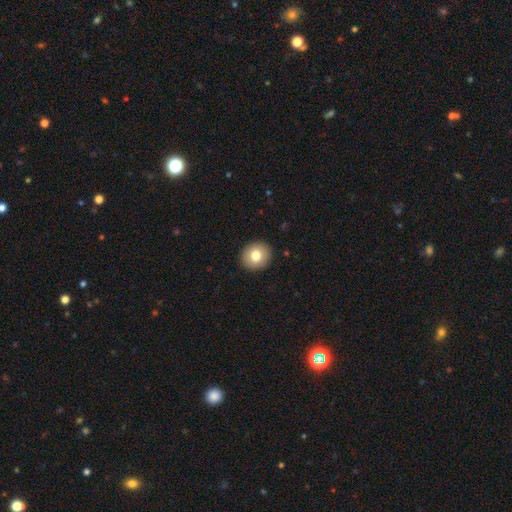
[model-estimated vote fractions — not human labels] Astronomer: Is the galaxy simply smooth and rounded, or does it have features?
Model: smooth — 78%.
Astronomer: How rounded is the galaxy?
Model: round — 83%.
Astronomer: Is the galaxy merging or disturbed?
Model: none — 92%.